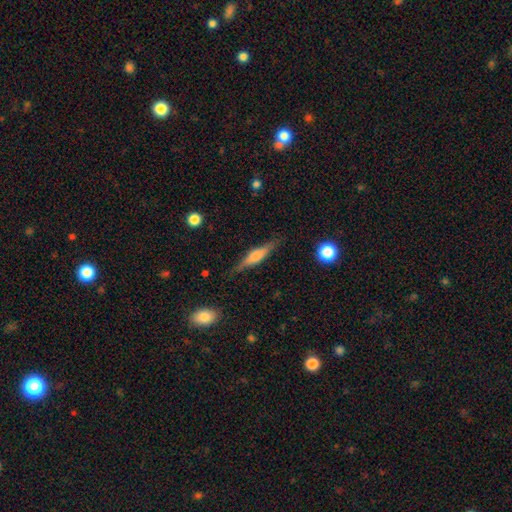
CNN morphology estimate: Overall: featured or disk (59%; smooth 34%). Edge-on disk: yes (96%). Edge-on bulge: rounded (74%). Merging: none (84%).